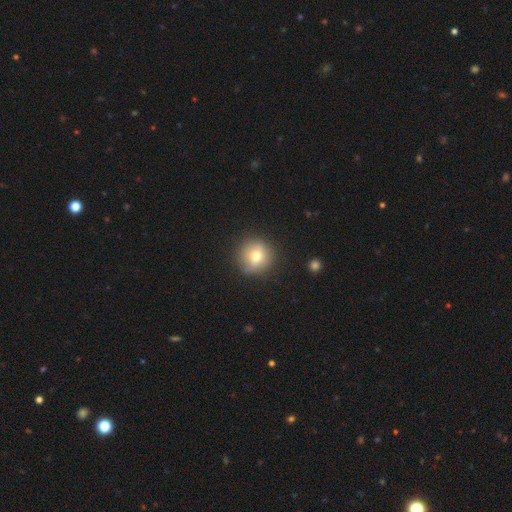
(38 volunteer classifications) smooth_or_featured: smooth (p=0.79) [alt: featured or disk p=0.13]
how_rounded: round (p=1.00)
merging: none (p=0.83) [alt: minor disturbance p=0.17]